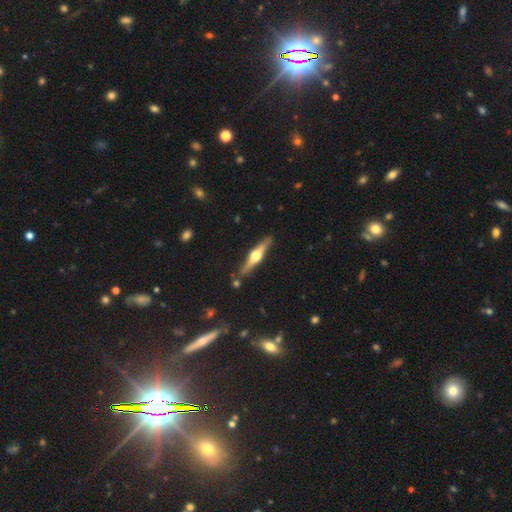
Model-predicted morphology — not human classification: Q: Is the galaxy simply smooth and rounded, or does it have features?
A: featured or disk — 76%.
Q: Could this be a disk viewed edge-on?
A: yes — 97%.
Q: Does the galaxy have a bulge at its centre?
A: rounded — 95%.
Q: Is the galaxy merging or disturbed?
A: none — 86%.